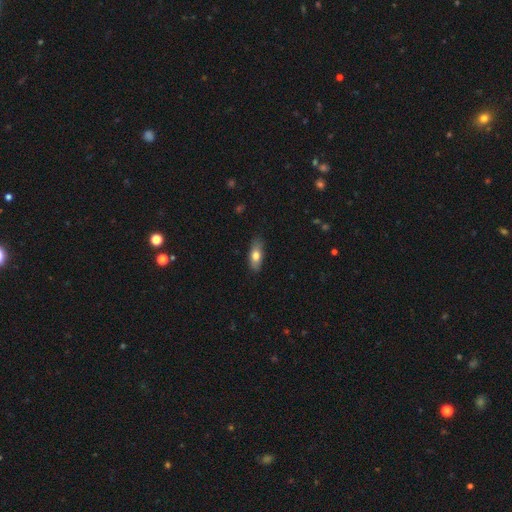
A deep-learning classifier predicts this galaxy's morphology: Q: Smooth or featured?
A: smooth (73%); runner-up: featured or disk (21%)
Q: How rounded?
A: in between (77%); runner-up: cigar-shaped (19%)
Q: Merging?
A: none (82%); runner-up: minor disturbance (15%)